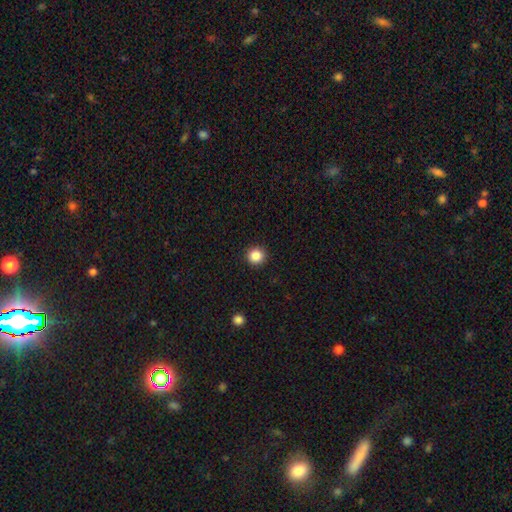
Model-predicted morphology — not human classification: This appears to be a smooth galaxy with no disk features (86%) that is round (94%). Merging: none (93%).